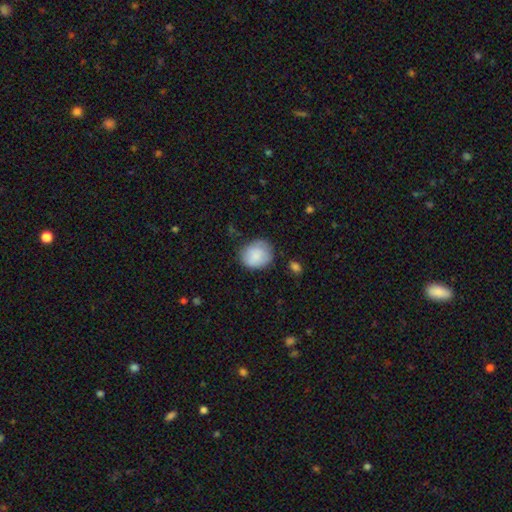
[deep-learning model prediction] Smooth or featured: smooth — 84% (featured or disk — 10%)
How rounded: round — 69% (in between — 31%)
Merging: none — 69% (minor disturbance — 23%)